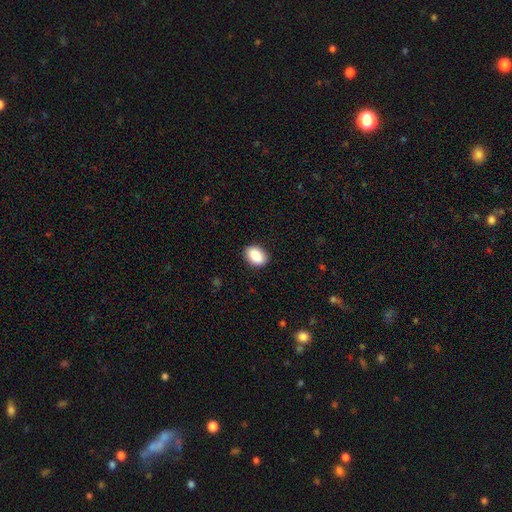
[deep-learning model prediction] smooth-or-featured: smooth: 89% | star or artifact: 7% | featured or disk: 4%
  how-rounded: in between: 84% | round: 15% | cigar-shaped: 1%
  merging: none: 88% | minor disturbance: 9% | major disturbance: 2% | merger: 1%